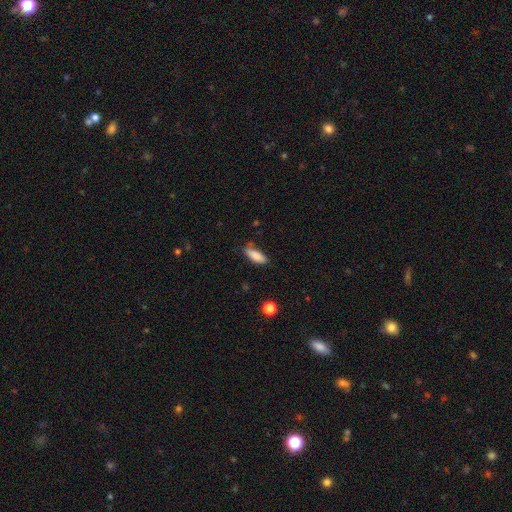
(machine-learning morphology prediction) A smooth galaxy with no disk features (86%) that is in between round and cigar-shaped (66%). Merging: none (75%).